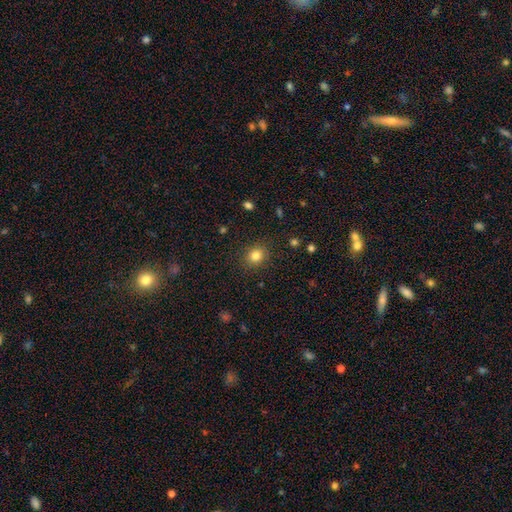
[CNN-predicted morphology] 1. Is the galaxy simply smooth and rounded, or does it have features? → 83% smooth, 12% star or artifact, 6% featured or disk.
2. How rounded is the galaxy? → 75% round, 25% in between, 1% cigar-shaped.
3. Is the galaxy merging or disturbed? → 88% none, 8% minor disturbance, 3% major disturbance, 1% merger.